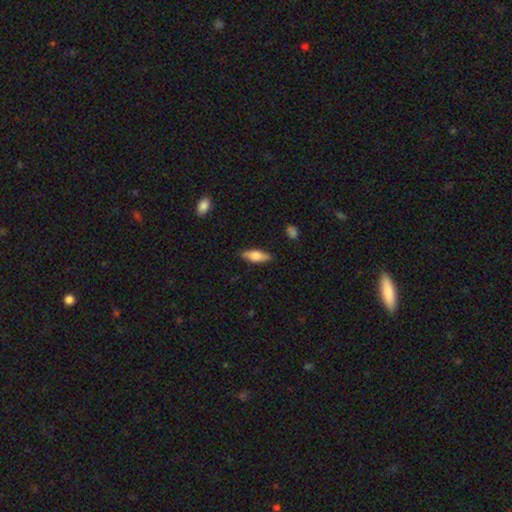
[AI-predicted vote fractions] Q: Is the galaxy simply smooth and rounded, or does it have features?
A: smooth — 68%.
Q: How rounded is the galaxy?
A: in between — 67%.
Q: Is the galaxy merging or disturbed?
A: none — 85%.